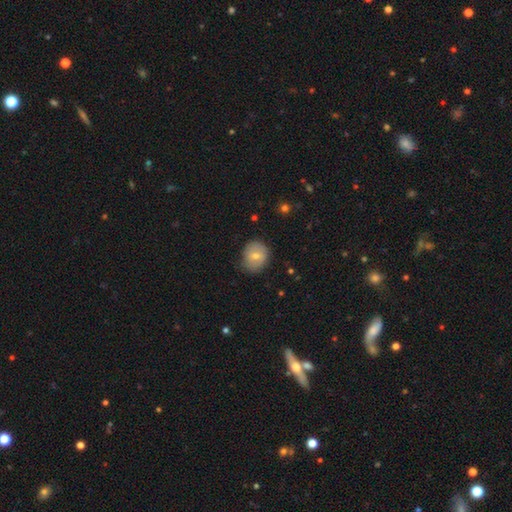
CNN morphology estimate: smooth-or-featured: smooth: 64% | featured or disk: 29% | star or artifact: 8%
  how-rounded: round: 68% | in between: 31% | cigar-shaped: 1%
  merging: none: 72% | minor disturbance: 22% | major disturbance: 5% | merger: 1%